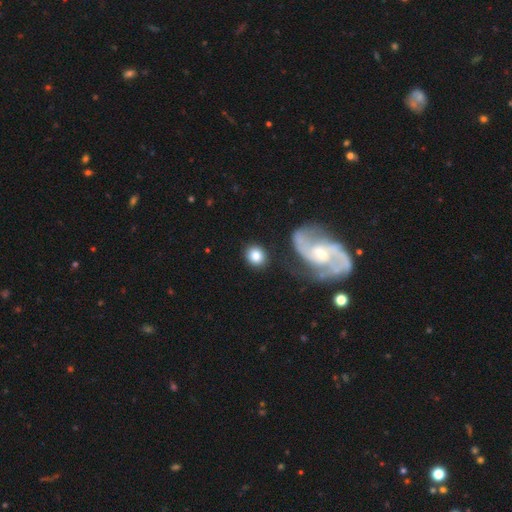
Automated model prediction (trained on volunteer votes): Q: Smooth or featured?
A: smooth (80%); runner-up: featured or disk (13%)
Q: How rounded?
A: round (76%); runner-up: in between (23%)
Q: Merging?
A: none (78%); runner-up: minor disturbance (10%)